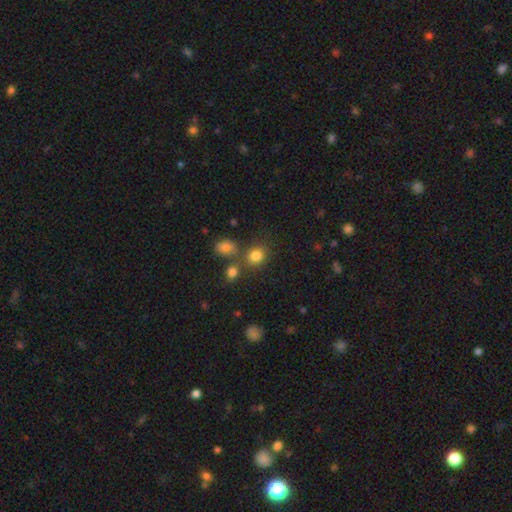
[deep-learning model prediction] This appears to be a smooth galaxy with no disk features (81%) that is round (69%). Merging: none (67%).